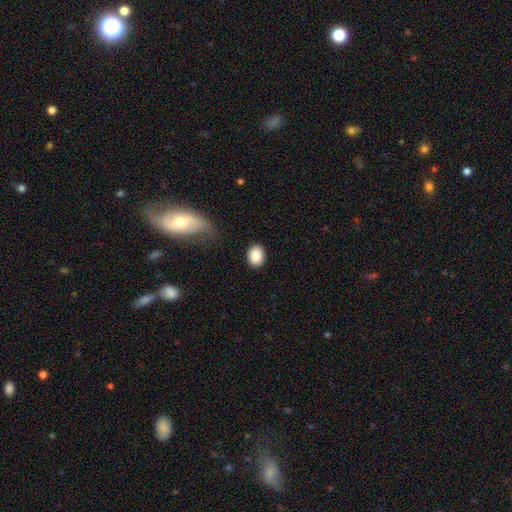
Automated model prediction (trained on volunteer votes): Smooth or featured: smooth — 89% (star or artifact — 7%)
How rounded: in between — 59% (round — 40%)
Merging: none — 87% (minor disturbance — 8%)